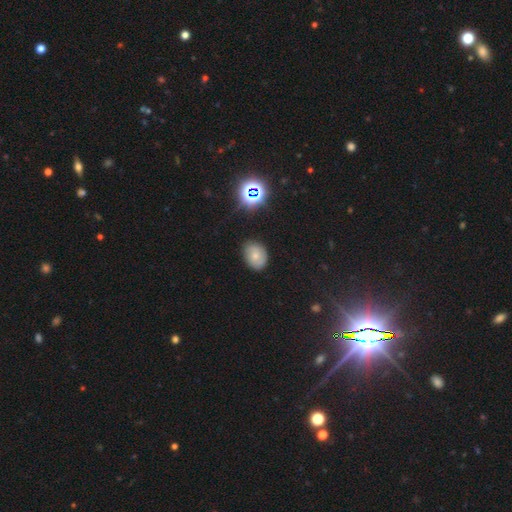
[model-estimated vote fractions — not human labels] A smooth galaxy with no disk features (63%) that is in between round and cigar-shaped (66%).

Vote fractions:
- Smooth or featured? smooth: 63% / featured or disk: 23% / star or artifact: 14%
- How rounded? in between: 66% / round: 33% / cigar-shaped: 1%
- Merging? none: 80% / minor disturbance: 15% / major disturbance: 3% / merger: 1%